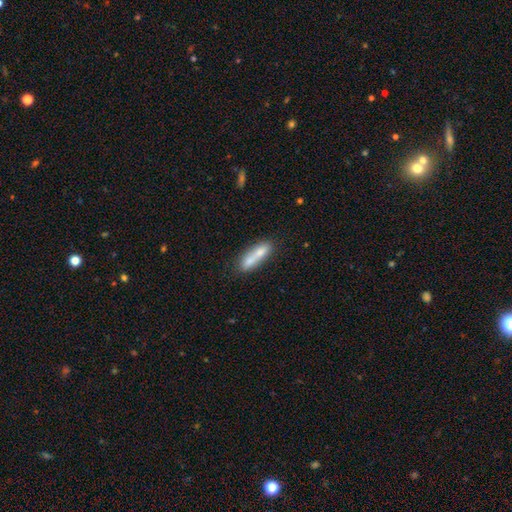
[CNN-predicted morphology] This is likely a smooth galaxy (68%). How rounded: likely cigar-shaped (63%). Merging: marginally none (43%).